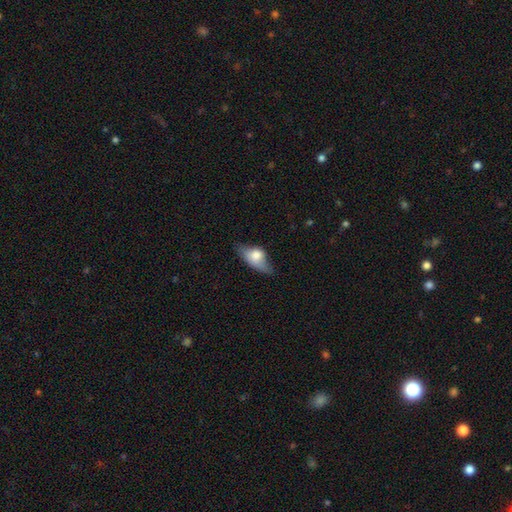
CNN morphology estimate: This is likely a smooth galaxy (65%). How rounded: clearly in between (83%). Merging: marginally minor disturbance (39%).